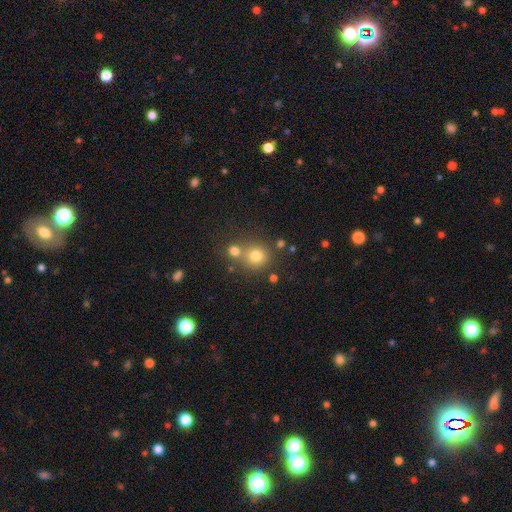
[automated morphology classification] smooth_or_featured: smooth (p=0.75) [alt: star or artifact p=0.15]
how_rounded: round (p=0.88) [alt: in between p=0.11]
merging: none (p=0.59) [alt: merger p=0.29]